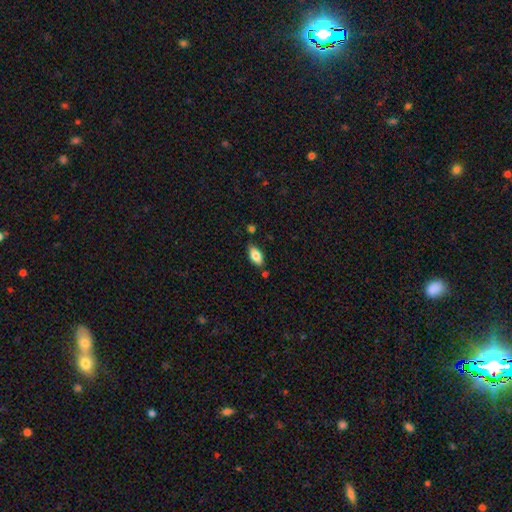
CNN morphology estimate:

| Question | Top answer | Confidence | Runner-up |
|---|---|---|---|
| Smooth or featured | smooth | 81% | featured or disk (12%) |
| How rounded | in between | 90% | cigar-shaped (7%) |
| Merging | none | 78% | minor disturbance (15%) |